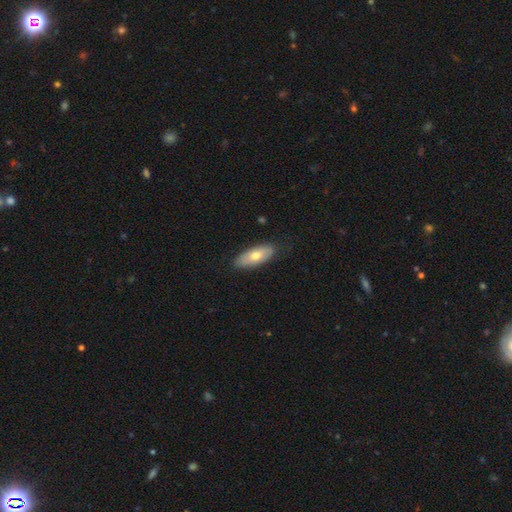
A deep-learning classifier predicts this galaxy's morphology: This is likely a smooth galaxy (65%). How rounded: clearly in between (83%). Merging: clearly none (82%).